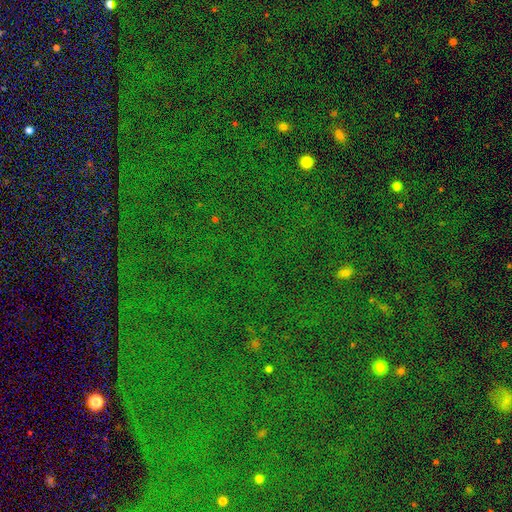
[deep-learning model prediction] Q: Smooth or featured?
A: star or artifact (84%); runner-up: smooth (9%)